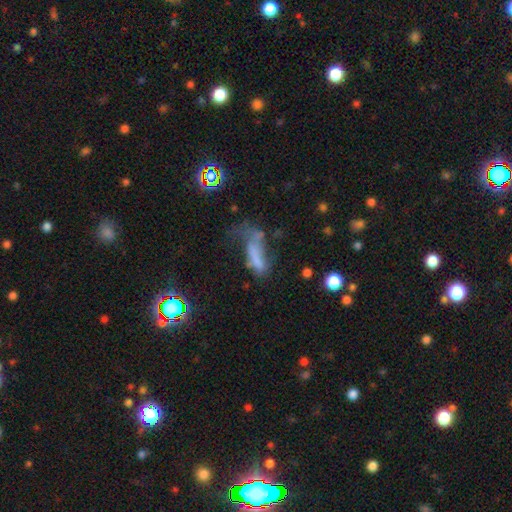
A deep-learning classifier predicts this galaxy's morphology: This is possibly a smooth galaxy (53%). How rounded: possibly in between (54%). Merging: possibly major disturbance (48%).